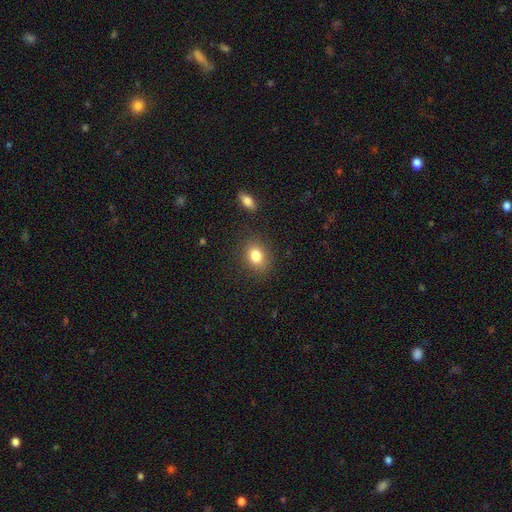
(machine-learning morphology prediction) Smooth or featured? smooth (83%)
How rounded? in between (60%)
Merging? none (84%)